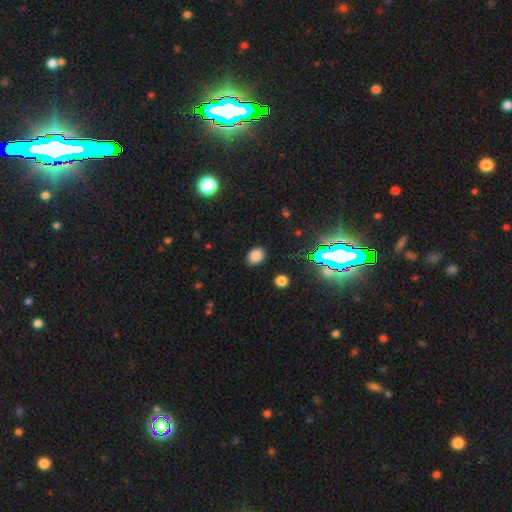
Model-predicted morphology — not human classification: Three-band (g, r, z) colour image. It shows a smooth galaxy with no disk features (80%) that is in between round and cigar-shaped (63%). Merging: none (87%).